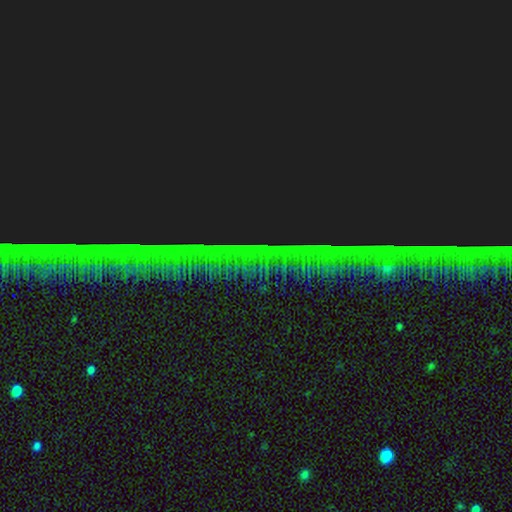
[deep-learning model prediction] smooth_or_featured: star or artifact (p=0.88) [alt: featured or disk p=0.07]